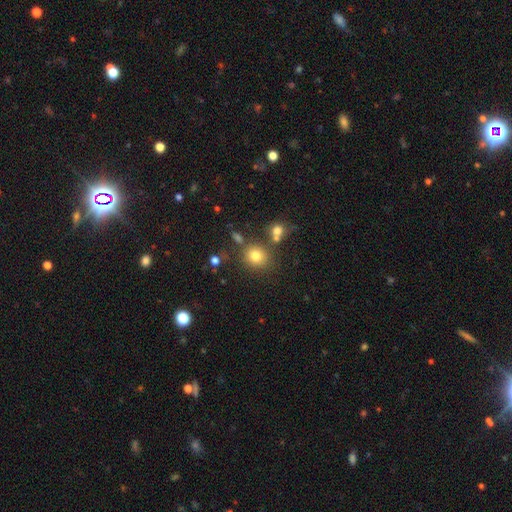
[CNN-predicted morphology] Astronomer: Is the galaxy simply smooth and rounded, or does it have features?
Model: smooth — 77%.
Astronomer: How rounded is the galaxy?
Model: round — 81%.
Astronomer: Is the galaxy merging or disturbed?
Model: none — 73%.